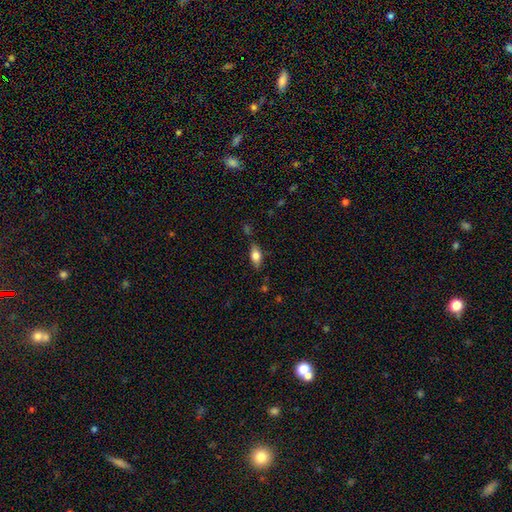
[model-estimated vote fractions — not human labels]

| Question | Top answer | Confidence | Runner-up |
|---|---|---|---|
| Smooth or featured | smooth | 71% | featured or disk (21%) |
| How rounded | in between | 82% | cigar-shaped (14%) |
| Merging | none | 76% | minor disturbance (18%) |